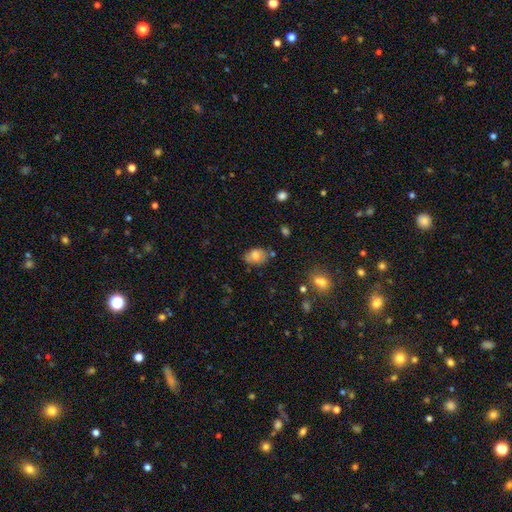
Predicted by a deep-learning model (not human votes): The model was most divided on "merging": none: 71%, minor disturbance: 20%, merger: 5%, major disturbance: 4%. More confident: how rounded — in between (80%); smooth or featured — smooth (75%).